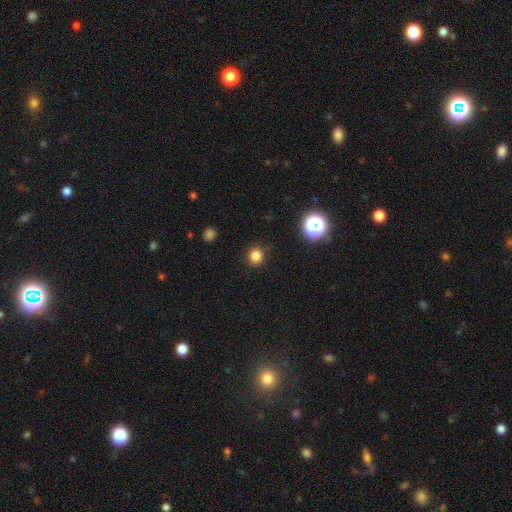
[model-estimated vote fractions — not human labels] Smooth or featured? Predicted: smooth (p=0.82). How rounded? Predicted: round (p=0.85). Merging? Predicted: none (p=0.90).